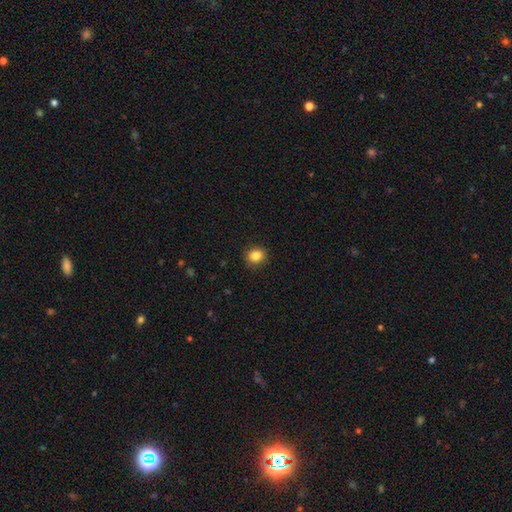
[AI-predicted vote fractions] smooth-or-featured: smooth: 85% | star or artifact: 10% | featured or disk: 5%
  how-rounded: round: 75% | in between: 25% | cigar-shaped: 1%
  merging: none: 90% | minor disturbance: 7% | major disturbance: 2% | merger: 1%